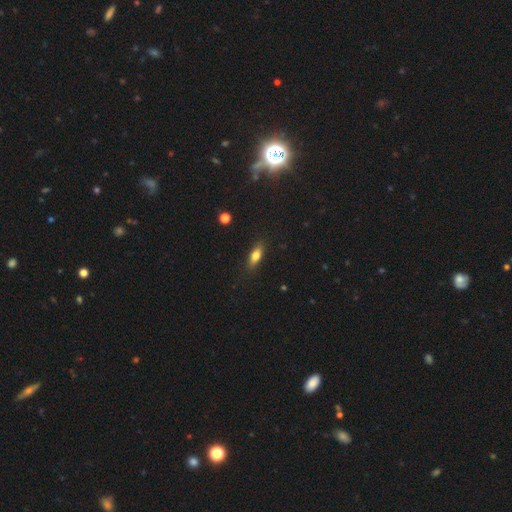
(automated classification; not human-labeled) Overall: smooth (72%). How rounded: in between (65%; cigar-shaped 30%). Merging: none (85%).